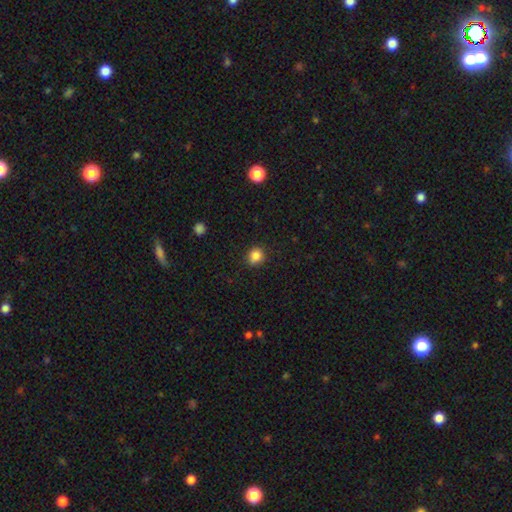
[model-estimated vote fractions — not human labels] smooth_or_featured: smooth (p=0.85) [alt: star or artifact p=0.11]
how_rounded: round (p=0.76) [alt: in between p=0.23]
merging: none (p=0.85) [alt: minor disturbance p=0.11]